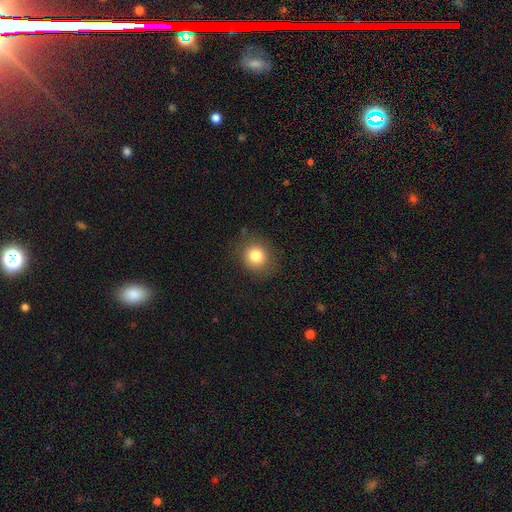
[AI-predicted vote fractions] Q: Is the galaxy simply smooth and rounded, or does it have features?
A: smooth — 82%.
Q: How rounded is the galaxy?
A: round — 82%.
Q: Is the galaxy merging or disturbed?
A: none — 85%.